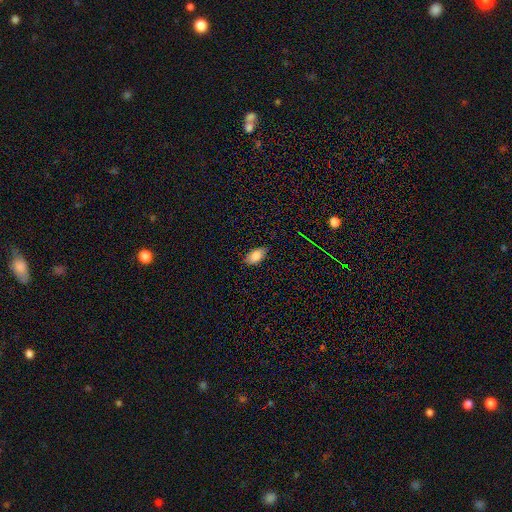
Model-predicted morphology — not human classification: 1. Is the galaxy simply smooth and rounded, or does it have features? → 83% smooth, 9% featured or disk, 8% star or artifact.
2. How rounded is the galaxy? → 93% in between, 4% round, 3% cigar-shaped.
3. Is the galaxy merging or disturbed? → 78% none, 18% minor disturbance, 3% major disturbance, 1% merger.